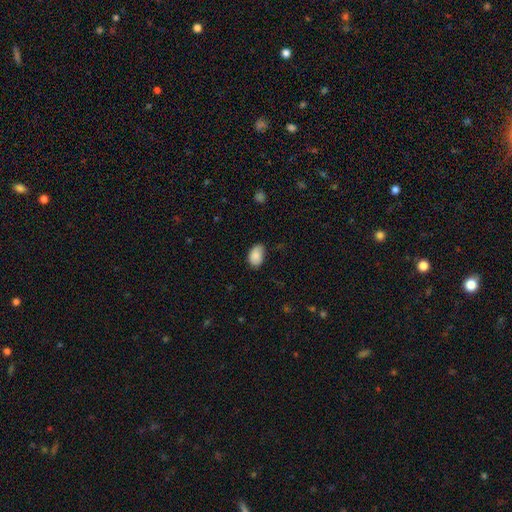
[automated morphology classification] Smooth or featured: smooth — 86% (featured or disk — 7%)
How rounded: in between — 88% (round — 11%)
Merging: none — 68% (minor disturbance — 26%)